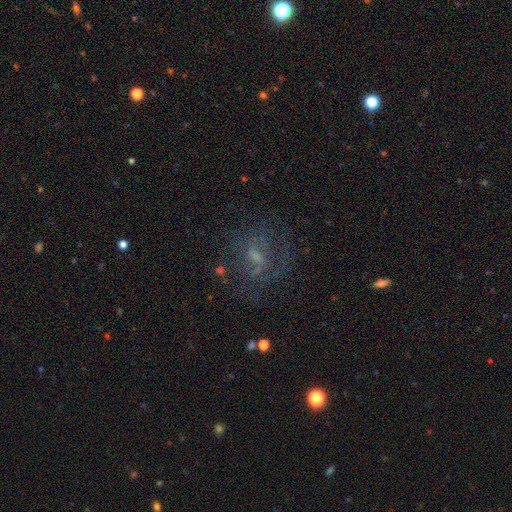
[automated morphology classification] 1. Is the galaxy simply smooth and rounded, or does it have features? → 54% featured or disk, 27% smooth, 19% star or artifact.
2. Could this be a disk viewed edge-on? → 95% no, 5% yes.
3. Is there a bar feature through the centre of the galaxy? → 46% weak, 40% no, 14% strong.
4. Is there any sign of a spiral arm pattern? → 52% yes, 48% no.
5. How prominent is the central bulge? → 40% small, 31% moderate, 24% none, 4% large, 1% dominant.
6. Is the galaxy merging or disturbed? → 59% none, 20% major disturbance, 18% minor disturbance, 3% merger.